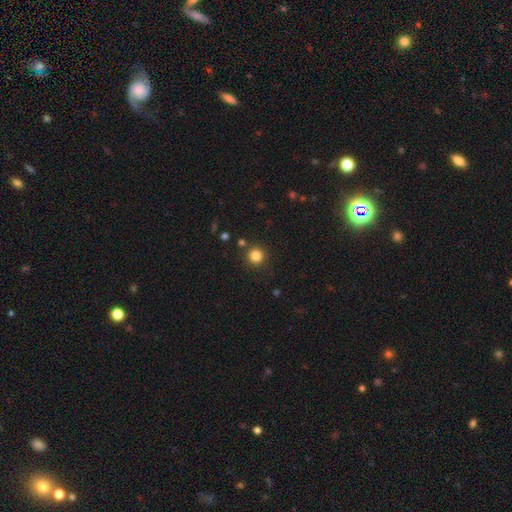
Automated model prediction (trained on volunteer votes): Overall: smooth (83%). How rounded: round (94%). Merging: none (88%).